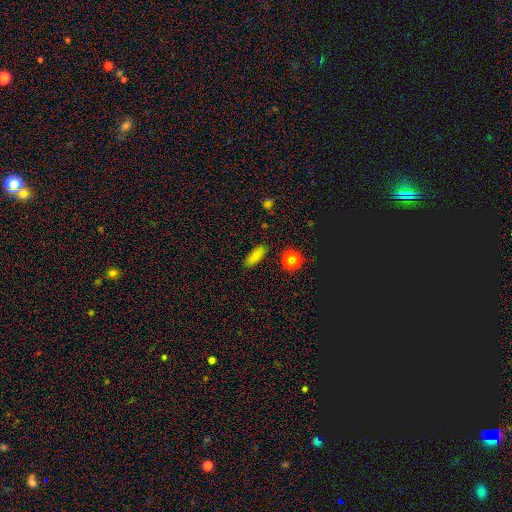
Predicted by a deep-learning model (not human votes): This is likely a smooth galaxy (77%). How rounded: likely in between (67%). Merging: clearly none (86%).